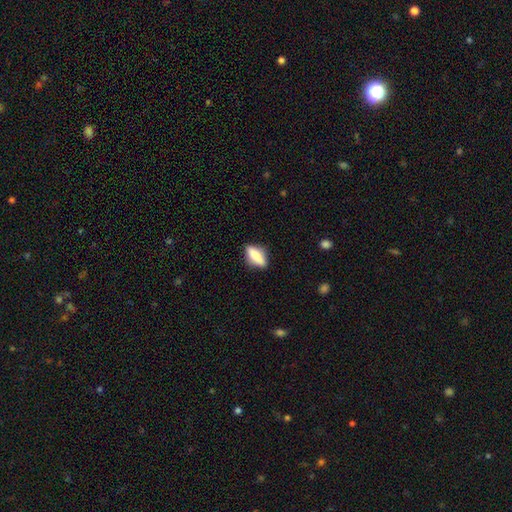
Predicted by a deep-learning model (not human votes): smooth-or-featured: smooth: 71% | featured or disk: 22% | star or artifact: 7%
  how-rounded: in between: 63% | cigar-shaped: 33% | round: 4%
  merging: none: 83% | minor disturbance: 12% | major disturbance: 3% | merger: 1%